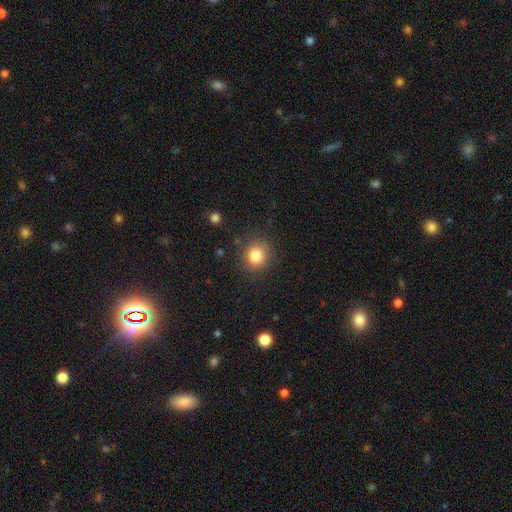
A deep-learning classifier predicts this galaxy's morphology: Smooth or featured?
  - smooth: 82% *
  - star or artifact: 11%
  - featured or disk: 6%
How rounded?
  - round: 87% *
  - in between: 12%
  - cigar-shaped: 1%
Merging?
  - none: 85% *
  - minor disturbance: 10%
  - major disturbance: 3%
  - merger: 2%